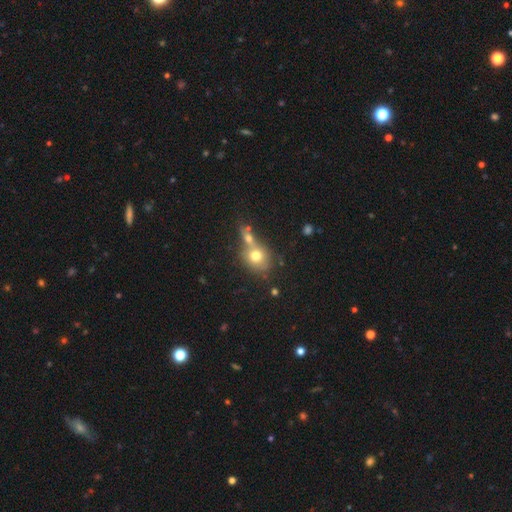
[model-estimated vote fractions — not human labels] Morphology: type=smooth (71%); roundness=round (75%); merging=merger (48%).